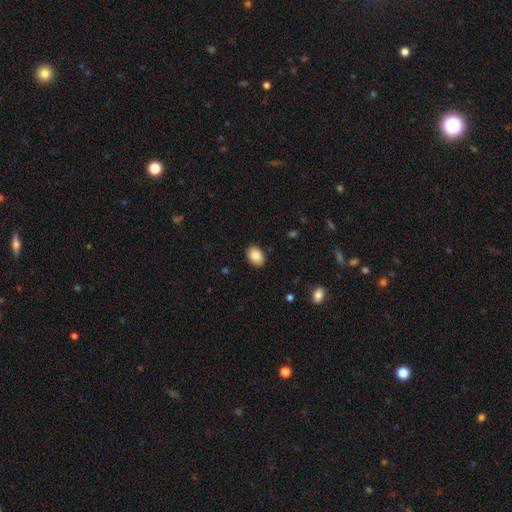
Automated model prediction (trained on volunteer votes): This appears to be a smooth galaxy with no disk features (89%) that is in between round and cigar-shaped (79%). Merging: none (89%).